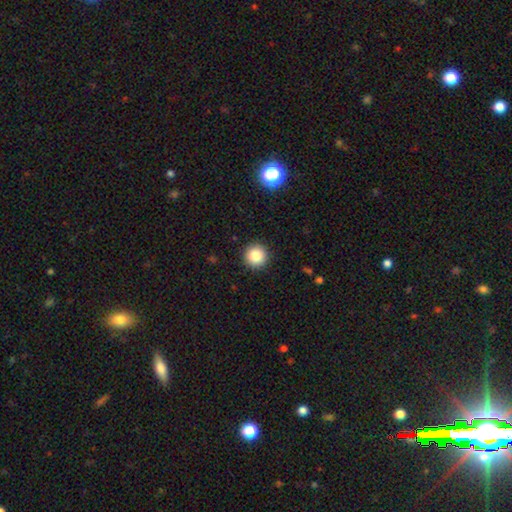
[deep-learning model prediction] Overall: smooth (84%). How rounded: round (95%). Merging: none (92%).